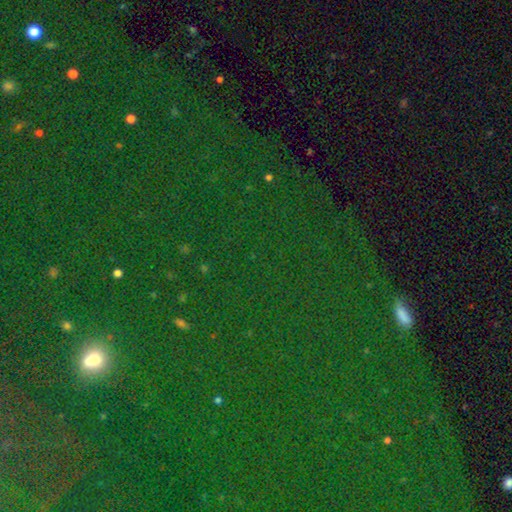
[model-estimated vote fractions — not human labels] Morphology: type=star or artifact (75%).